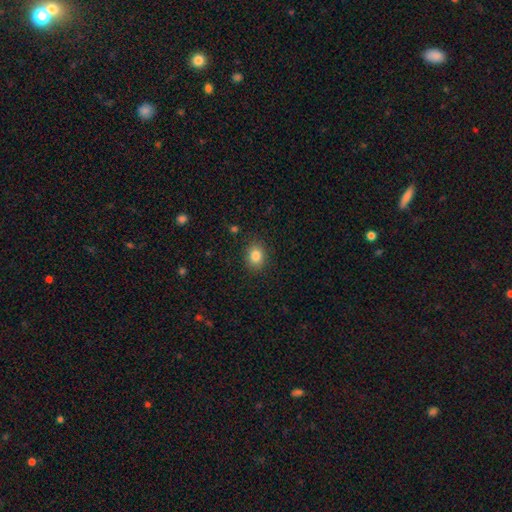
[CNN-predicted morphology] Smooth or featured: smooth — 84% (star or artifact — 10%)
How rounded: round — 53% (in between — 47%)
Merging: none — 87% (minor disturbance — 9%)